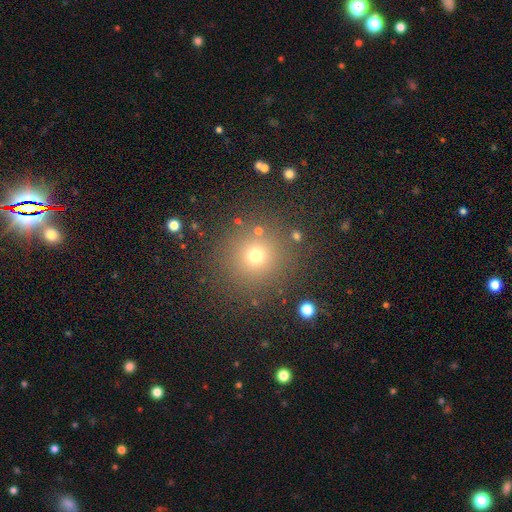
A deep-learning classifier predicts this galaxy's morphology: A smooth galaxy with no disk features (69%) that is round (93%).

Vote fractions:
- Smooth or featured? smooth: 69% / star or artifact: 23% / featured or disk: 9%
- How rounded? round: 93% / in between: 6% / cigar-shaped: 1%
- Merging? none: 85% / minor disturbance: 8% / major disturbance: 4% / merger: 3%